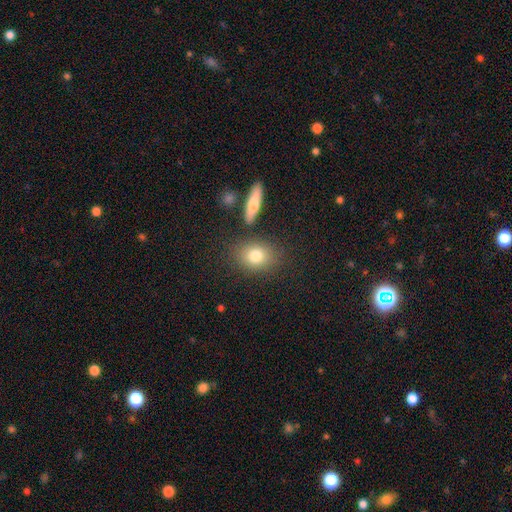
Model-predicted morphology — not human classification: Smooth or featured: smooth — 79% (featured or disk — 11%)
How rounded: in between — 55% (round — 42%)
Merging: none — 79% (minor disturbance — 11%)